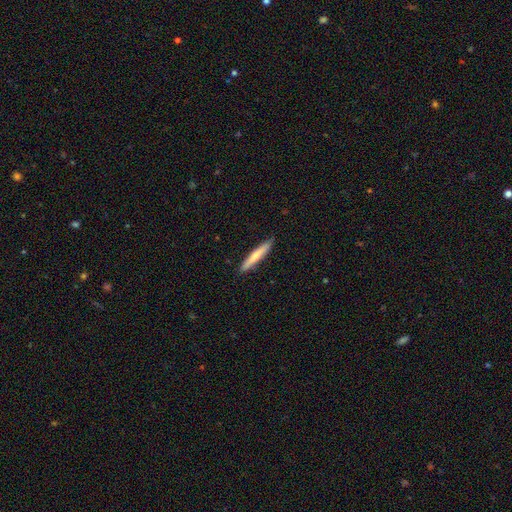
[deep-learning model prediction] Smooth or featured? Predicted: smooth (p=0.63). How rounded? Predicted: cigar-shaped (p=0.94). Merging? Predicted: none (p=0.90).